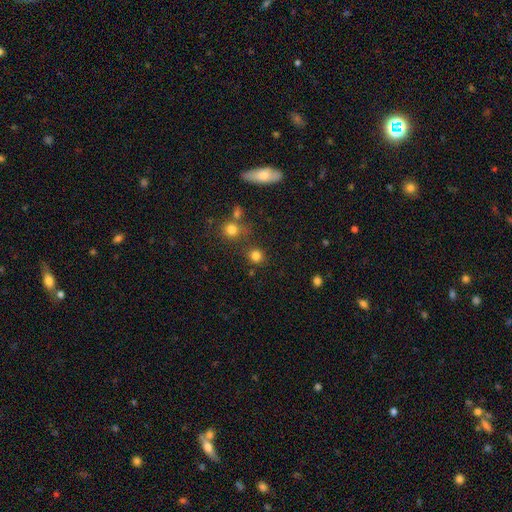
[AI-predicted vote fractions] A smooth galaxy with no disk features (80%) that is round (88%). Merging: none (75%).